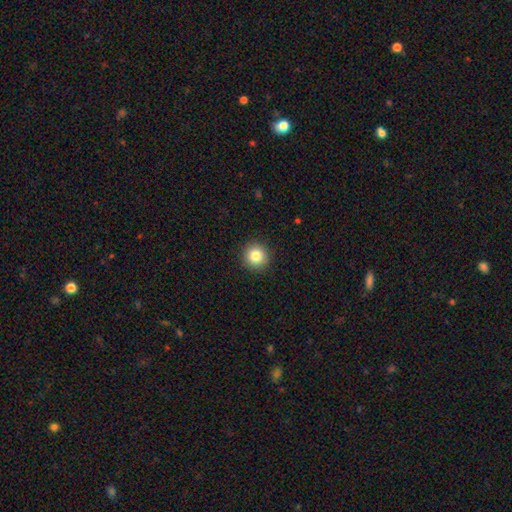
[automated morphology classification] This appears to be a smooth galaxy with no disk features (83%) that is round (94%). Merging: none (92%).